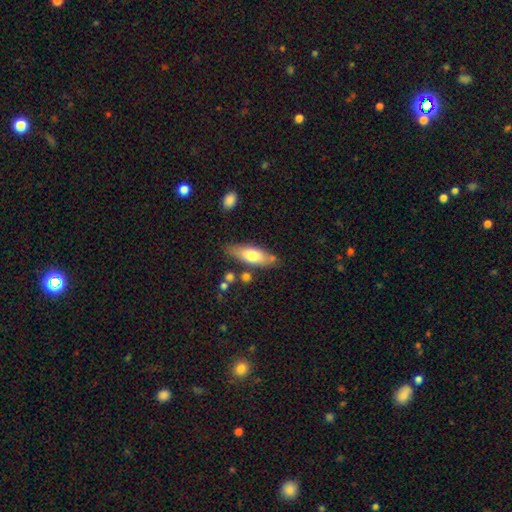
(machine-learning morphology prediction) Overall: smooth (66%; featured or disk 28%). How rounded: in between (63%; cigar-shaped 35%). Merging: none (75%).